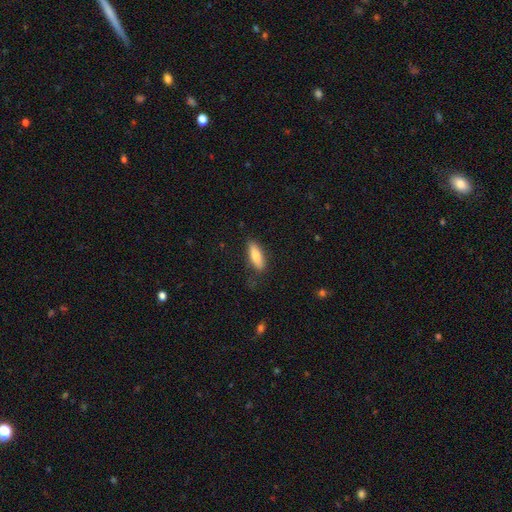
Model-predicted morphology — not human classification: Smooth or featured: smooth — 77% (featured or disk — 17%)
How rounded: in between — 55% (cigar-shaped — 43%)
Merging: none — 77% (minor disturbance — 17%)